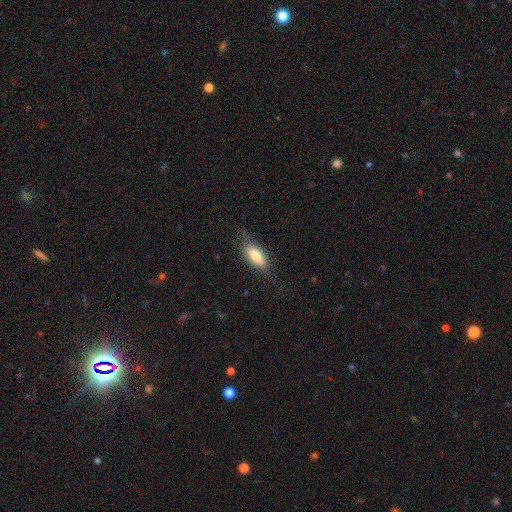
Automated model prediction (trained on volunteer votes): Smooth or featured? smooth (68%)
How rounded? in between (74%)
Merging? none (64%)